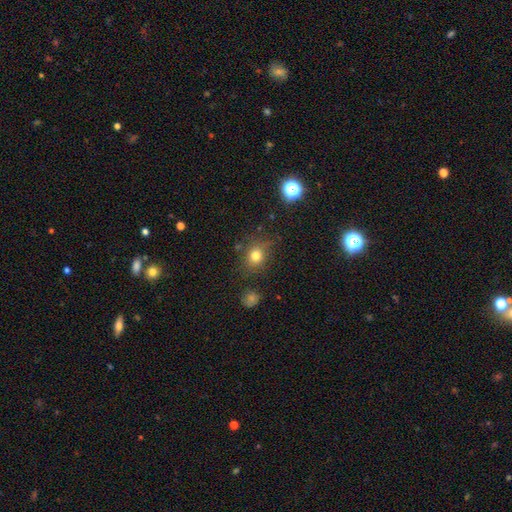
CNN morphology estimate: type=smooth (76%); roundness=round (73%); merging=none (78%).